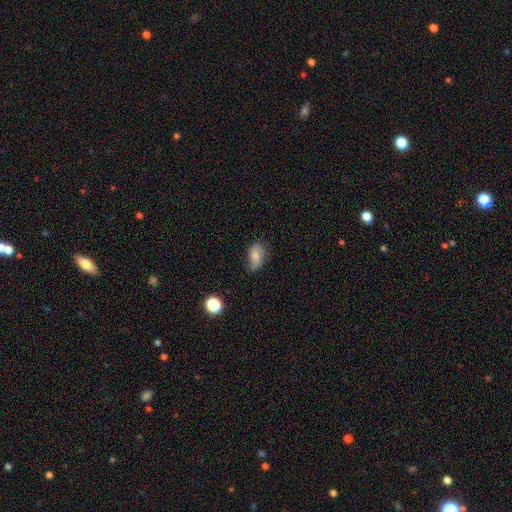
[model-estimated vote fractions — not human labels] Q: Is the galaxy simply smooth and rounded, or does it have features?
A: smooth — 60%.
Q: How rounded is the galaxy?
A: in between — 86%.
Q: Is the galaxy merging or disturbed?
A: none — 61%.